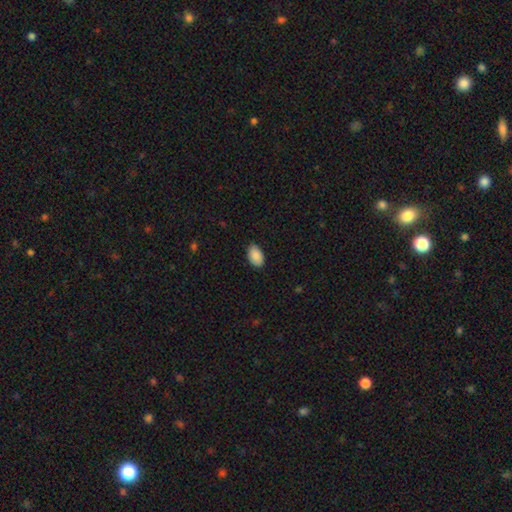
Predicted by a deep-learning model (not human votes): smooth 90%, star or artifact 6%, featured or disk 4%. Down the decision tree: how rounded — in between (93%); merging — none (87%).